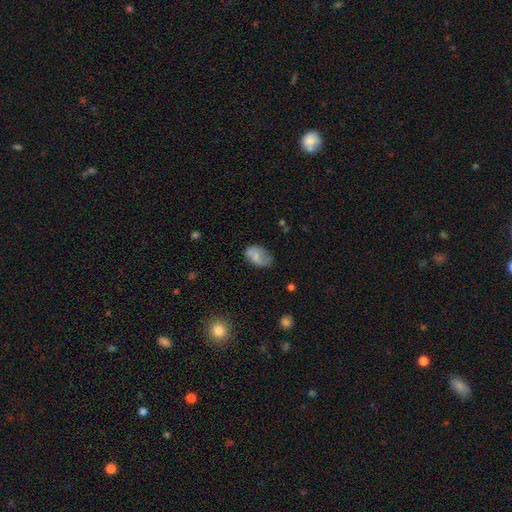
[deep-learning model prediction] Smooth or featured? smooth (62%)
How rounded? in between (88%)
Merging? none (53%)